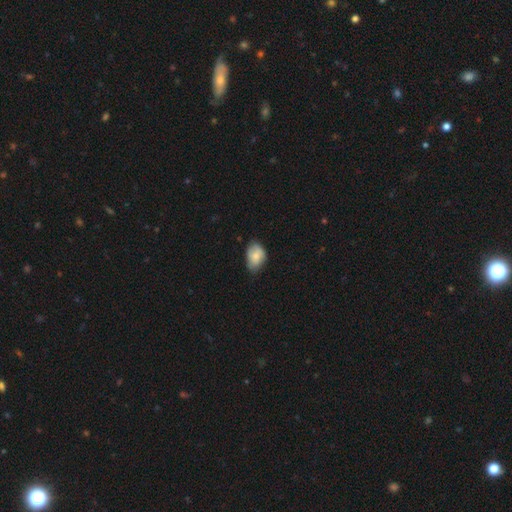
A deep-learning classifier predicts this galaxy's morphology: Smooth or featured? smooth (76%)
How rounded? in between (83%)
Merging? none (57%)